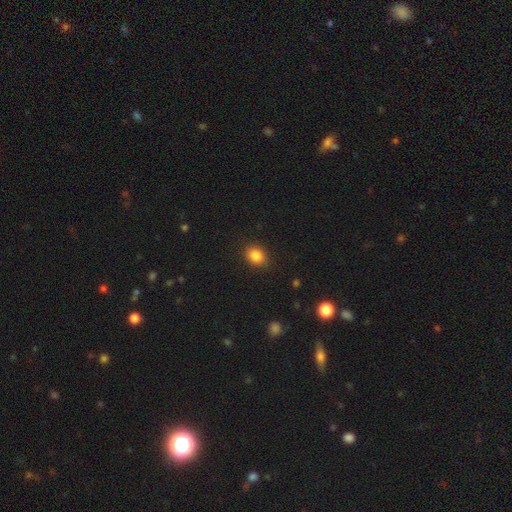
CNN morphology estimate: Smooth or featured: smooth — 85% (star or artifact — 10%)
How rounded: in between — 54% (round — 45%)
Merging: none — 88% (minor disturbance — 9%)